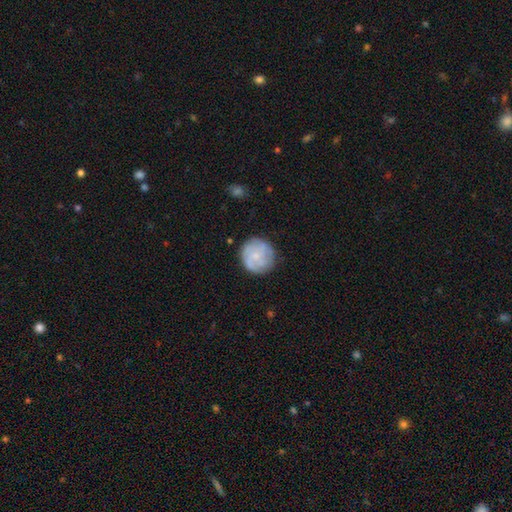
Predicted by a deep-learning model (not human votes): Smooth or featured: featured or disk — 51% (smooth — 42%)
Edge-on disk: no — 98% (yes — 2%)
Bar: no — 77% (weak — 20%)
Spiral arms: yes — 81% (no — 19%)
Bulge size: small — 58% (moderate — 23%)
Merging: none — 81% (minor disturbance — 13%)